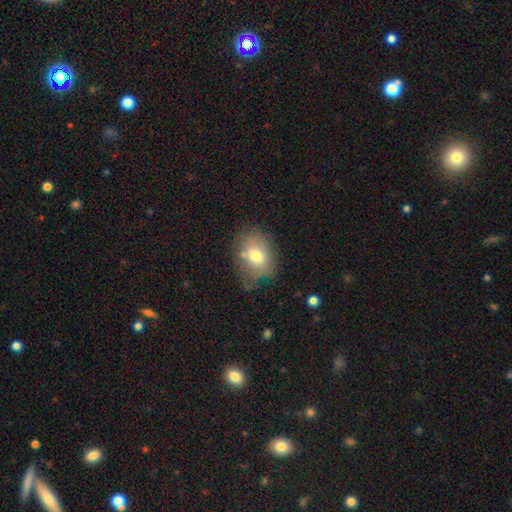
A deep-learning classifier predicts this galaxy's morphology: type=smooth (71%); roundness=in between (68%); merging=none (61%).